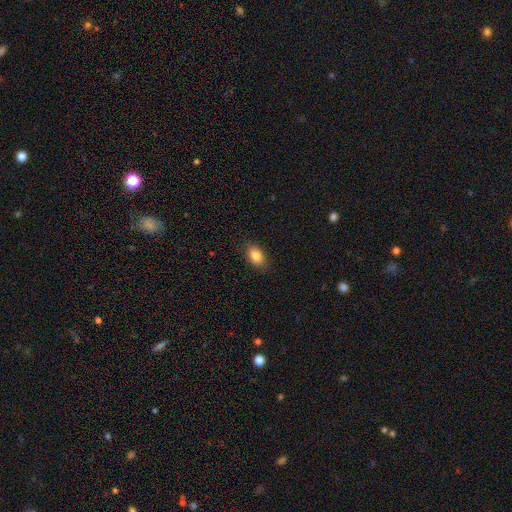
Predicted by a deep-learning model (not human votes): smooth_or_featured: smooth (p=0.86) [alt: star or artifact p=0.08]
how_rounded: in between (p=0.82) [alt: round p=0.16]
merging: none (p=0.84) [alt: minor disturbance p=0.12]